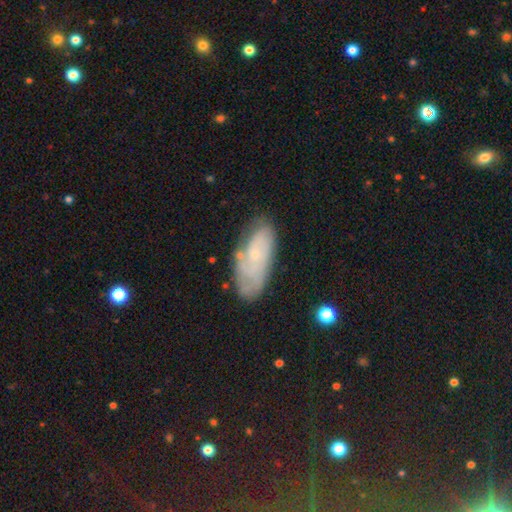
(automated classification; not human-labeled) Overall: featured or disk (58%; smooth 34%). Edge-on disk: no (91%). Bar: no (79%). Spiral arms: yes (76%). Bulge size: small (79%). Merging: none (65%).